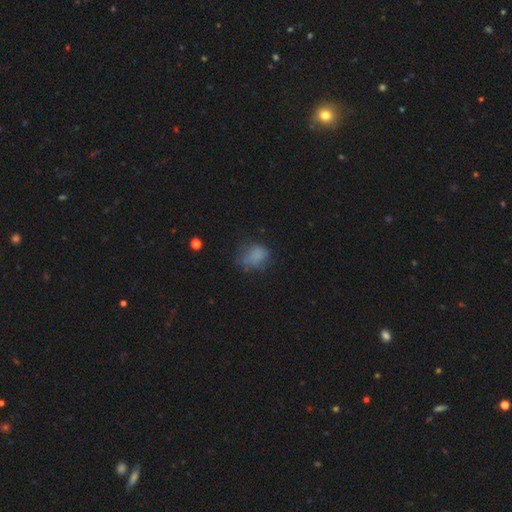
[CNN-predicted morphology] A smooth galaxy with no disk features (74%) that is in between round and cigar-shaped (58%).

Vote fractions:
- Smooth or featured? smooth: 74% / star or artifact: 13% / featured or disk: 13%
- How rounded? in between: 58% / round: 40% / cigar-shaped: 1%
- Merging? none: 50% / minor disturbance: 28% / major disturbance: 19% / merger: 2%